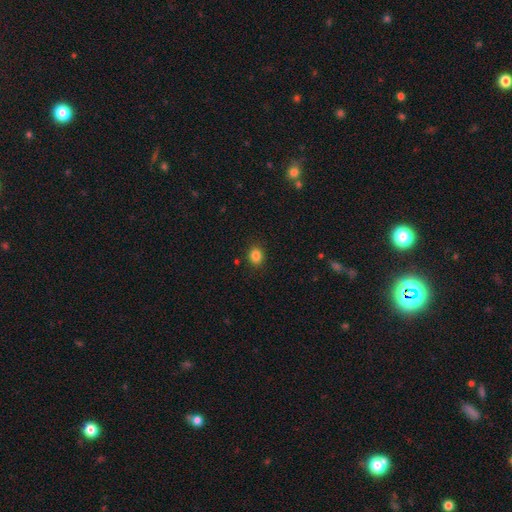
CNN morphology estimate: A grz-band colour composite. It shows a smooth galaxy with no disk features (84%) that is round (57%). Merging: none (89%).